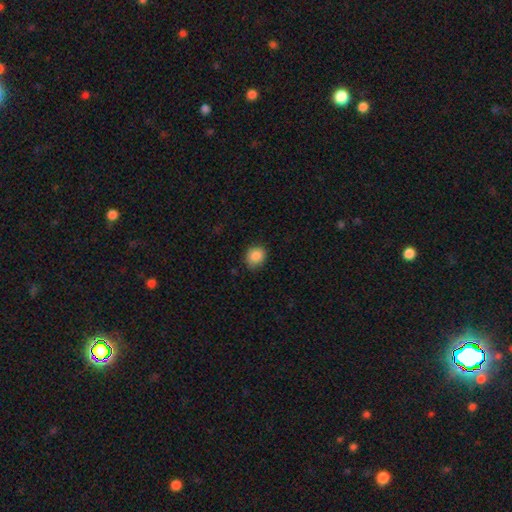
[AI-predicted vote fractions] A smooth galaxy with no disk features (88%) that is round (67%). Merging: none (79%).